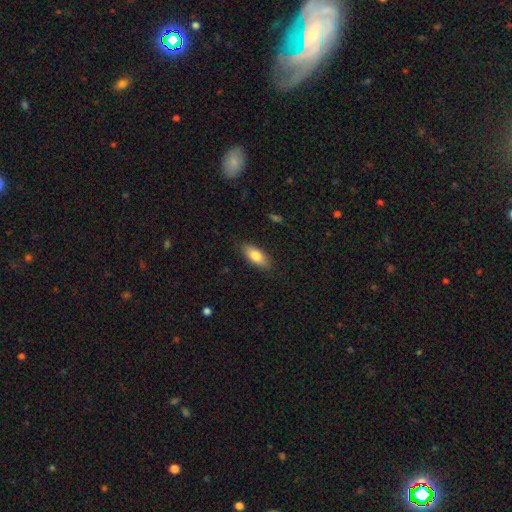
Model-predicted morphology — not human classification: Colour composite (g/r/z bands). It shows a smooth galaxy with no disk features (81%) that is in between round and cigar-shaped (82%). Merging: none (86%).